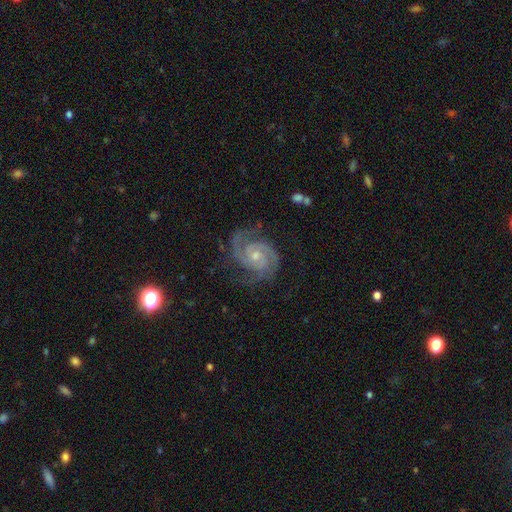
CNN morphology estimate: smooth-or-featured: featured or disk: 93% | star or artifact: 4% | smooth: 3%
  disk-edge-on: no: 98% | yes: 2%
    bar: no: 66% | weak: 27% | strong: 7%
    has-spiral-arms: yes: 99% | no: 1%
      spiral-winding: tight: 57% | medium: 39% | loose: 5%
      spiral-arm-count: 2: 59% | 3: 27% | can't tell: 4% | 4: 4% | 1: 3% | more than 4: 3%
    bulge-size: small: 50% | moderate: 46% | none: 2% | large: 2% | dominant: 1%
  merging: none: 75% | minor disturbance: 18% | major disturbance: 7% | merger: 1%